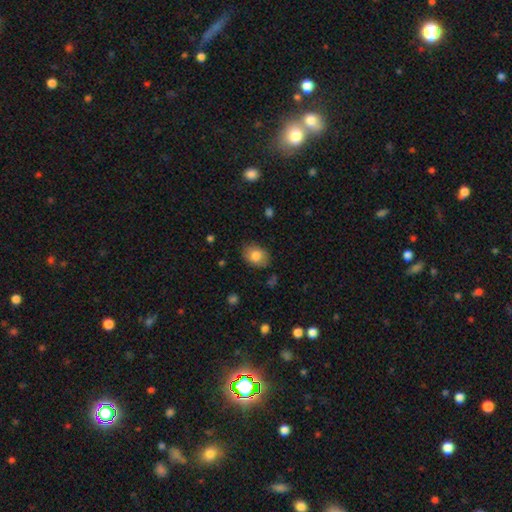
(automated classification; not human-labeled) A smooth galaxy with no disk features (81%) that is in between round and cigar-shaped (69%).

Vote fractions:
- Smooth or featured? smooth: 81% / featured or disk: 11% / star or artifact: 8%
- How rounded? in between: 69% / round: 30% / cigar-shaped: 1%
- Merging? none: 80% / minor disturbance: 15% / major disturbance: 3% / merger: 1%